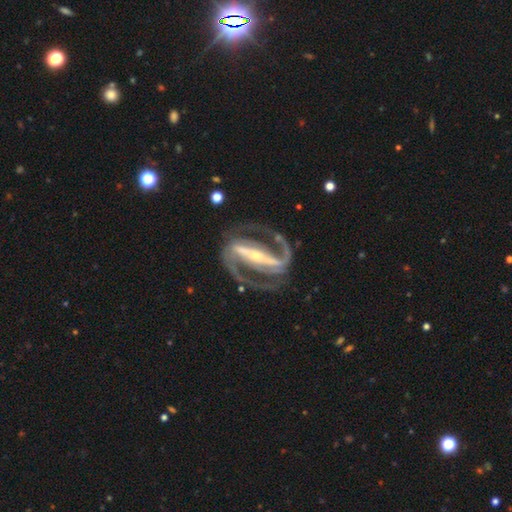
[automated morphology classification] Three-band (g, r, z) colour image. It shows a featured or disk galaxy (94%) with a strong bar (87%), 2 (94%) medium (54%) spiral arms (98%) and a small central bulge (63%). Merging: none (80%).